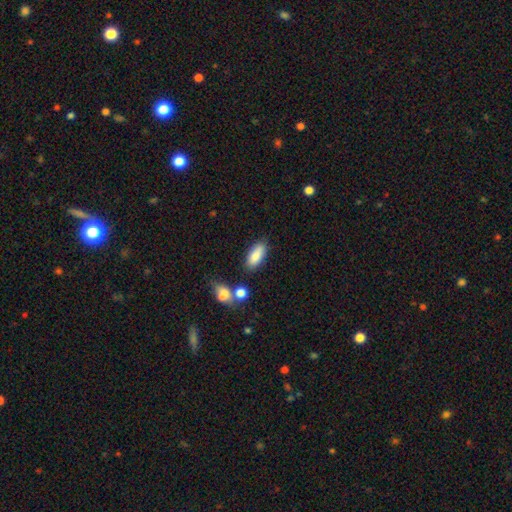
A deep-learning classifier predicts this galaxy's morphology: A smooth galaxy with no disk features (86%) that is in between round and cigar-shaped (81%).

Vote fractions:
- Smooth or featured? smooth: 86% / star or artifact: 7% / featured or disk: 7%
- How rounded? in between: 81% / cigar-shaped: 16% / round: 3%
- Merging? none: 78% / minor disturbance: 12% / merger: 7% / major disturbance: 4%